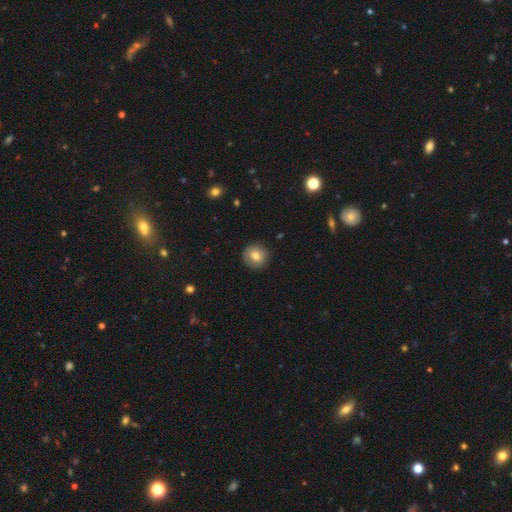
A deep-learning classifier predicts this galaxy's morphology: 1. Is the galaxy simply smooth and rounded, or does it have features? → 74% smooth, 17% featured or disk, 9% star or artifact.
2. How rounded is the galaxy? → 93% round, 6% in between, 1% cigar-shaped.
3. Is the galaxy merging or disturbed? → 88% none, 9% minor disturbance, 2% major disturbance, 1% merger.